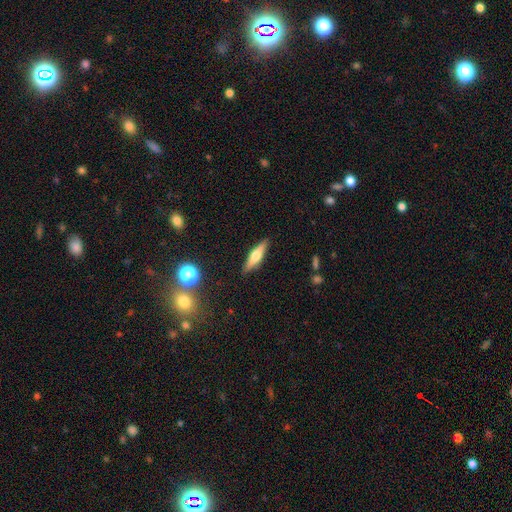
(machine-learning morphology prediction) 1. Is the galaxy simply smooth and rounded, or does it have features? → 51% featured or disk, 41% smooth, 7% star or artifact.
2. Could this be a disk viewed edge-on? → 94% yes, 6% no.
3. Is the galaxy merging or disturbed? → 89% none, 8% minor disturbance, 2% major disturbance, 1% merger.